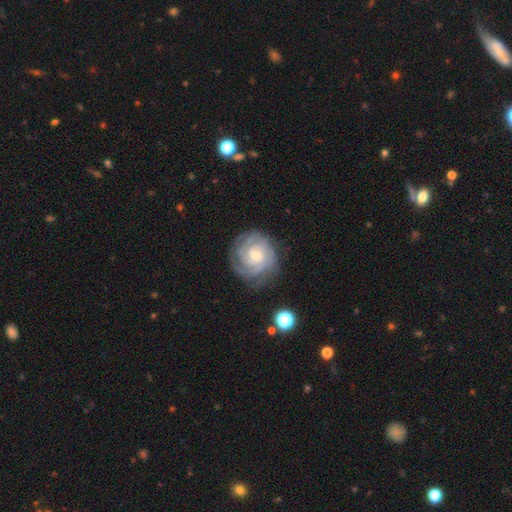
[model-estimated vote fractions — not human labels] Smooth or featured? featured or disk (83%)
Edge-on disk? no (98%)
Bar? no (60%)
Spiral arms? yes (96%)
Spiral winding? tight (75%)
Spiral arm count? can't tell (33%)
Bulge size? small (47%)
Merging? none (75%)